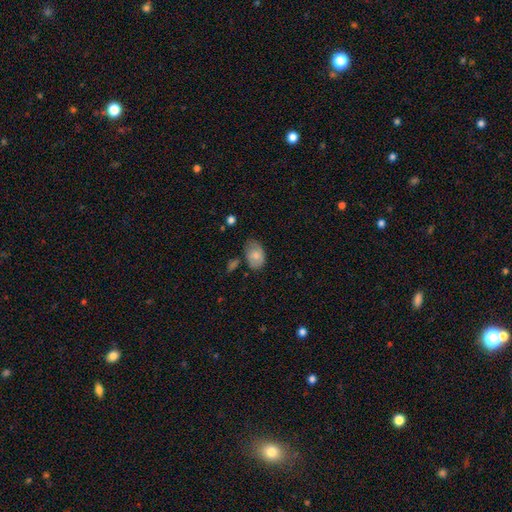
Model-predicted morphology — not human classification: Smooth or featured: smooth — 74% (featured or disk — 19%)
How rounded: in between — 86% (round — 13%)
Merging: none — 50% (minor disturbance — 35%)